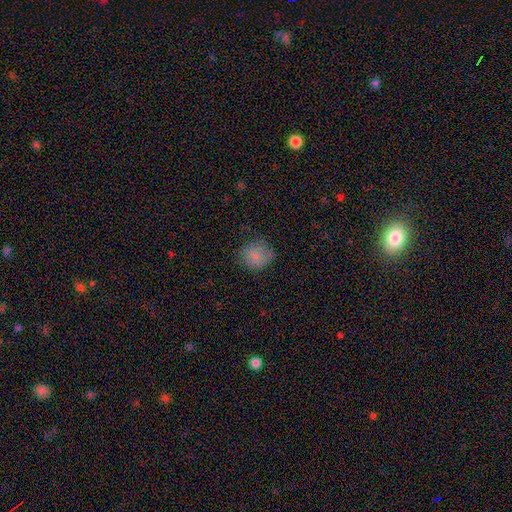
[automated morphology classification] Smooth or featured: smooth — 77% (featured or disk — 12%)
How rounded: round — 82% (in between — 18%)
Merging: none — 69% (minor disturbance — 22%)